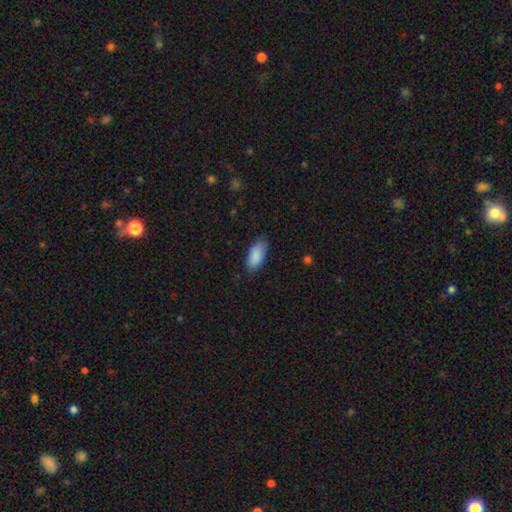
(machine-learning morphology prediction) smooth 88%, star or artifact 6%, featured or disk 6%. Down the decision tree: how rounded — in between (89%); merging — none (79%).